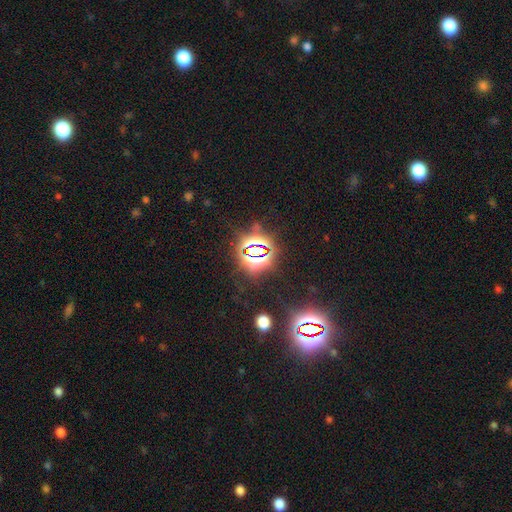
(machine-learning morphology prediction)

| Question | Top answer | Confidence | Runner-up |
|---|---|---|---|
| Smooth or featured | star or artifact | 81% | smooth (11%) |